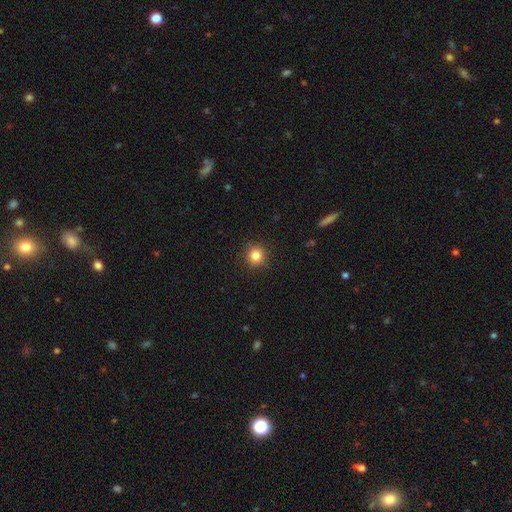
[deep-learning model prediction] Q: Smooth or featured?
A: smooth (84%); runner-up: star or artifact (11%)
Q: How rounded?
A: round (93%); runner-up: in between (6%)
Q: Merging?
A: none (90%); runner-up: minor disturbance (7%)